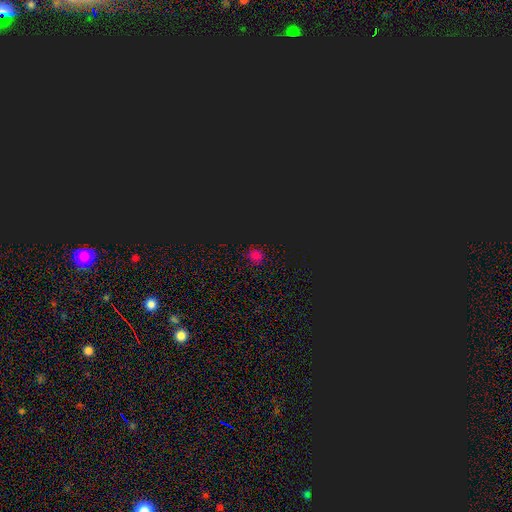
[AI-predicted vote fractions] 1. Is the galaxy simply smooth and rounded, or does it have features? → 54% smooth, 42% star or artifact, 5% featured or disk.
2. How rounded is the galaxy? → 87% round, 12% in between, 1% cigar-shaped.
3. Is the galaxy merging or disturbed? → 87% none, 9% minor disturbance, 3% major disturbance, 2% merger.